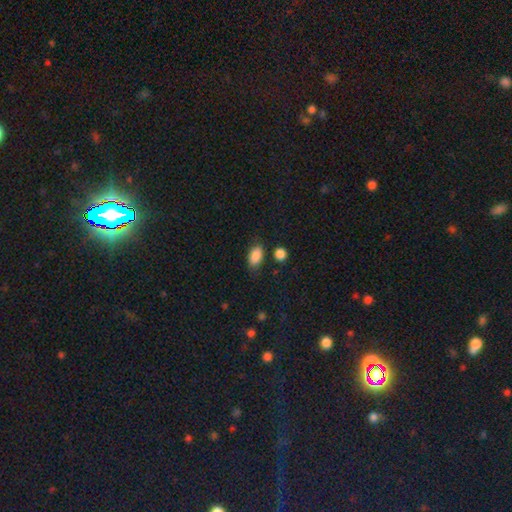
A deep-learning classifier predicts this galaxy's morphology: smooth_or_featured: smooth (p=0.87) [alt: star or artifact p=0.08]
how_rounded: in between (p=0.89) [alt: round p=0.08]
merging: none (p=0.73) [alt: minor disturbance p=0.18]